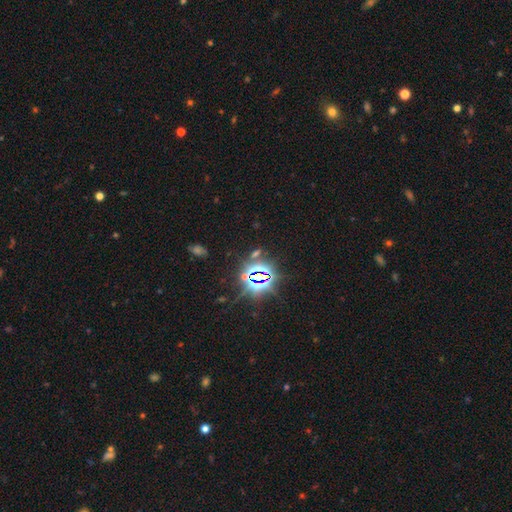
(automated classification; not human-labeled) This appears to be a star or artifact, not a galaxy (84%).